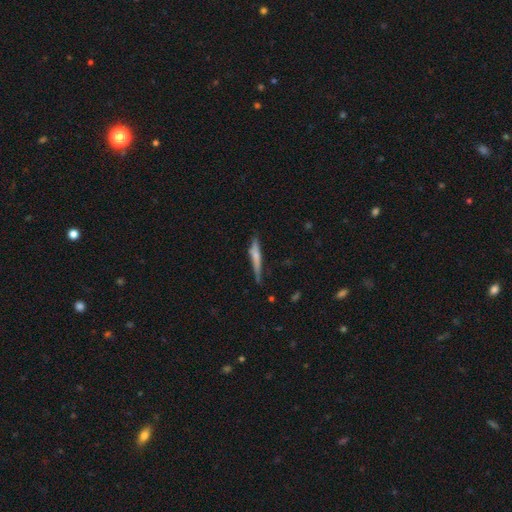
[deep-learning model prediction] Smooth or featured? smooth (56%)
How rounded? cigar-shaped (92%)
Merging? none (68%)